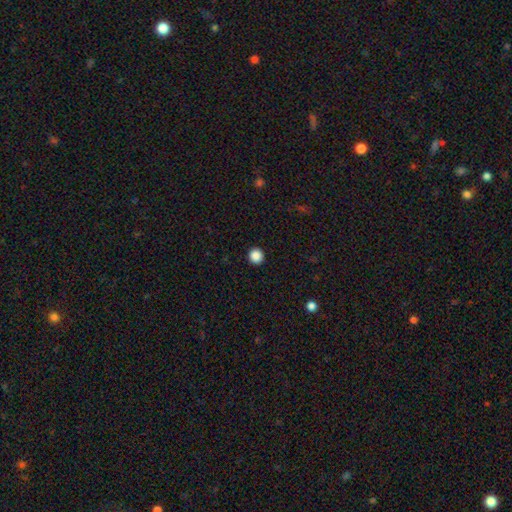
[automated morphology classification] Smooth or featured? Predicted: smooth (p=0.88). How rounded? Predicted: round (p=0.93). Merging? Predicted: none (p=0.93).